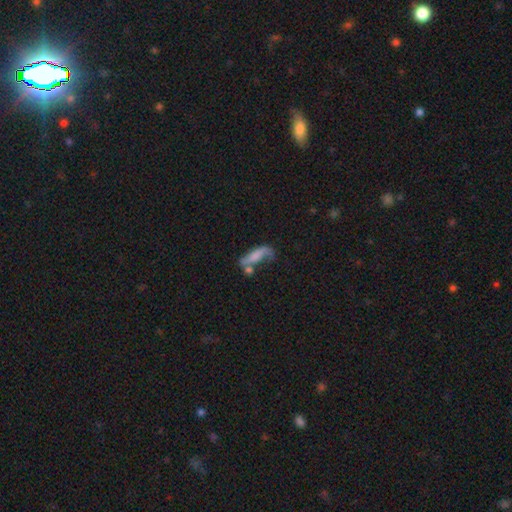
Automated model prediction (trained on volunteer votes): Q: Smooth or featured?
A: smooth (46%); runner-up: featured or disk (45%)
Q: Merging?
A: none (31%); runner-up: merger (28%)